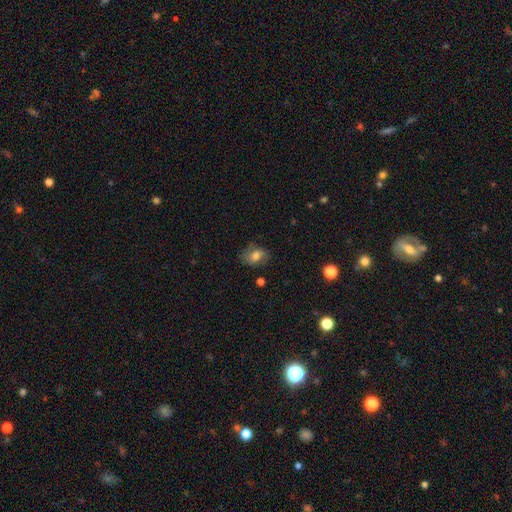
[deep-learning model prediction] Smooth or featured: smooth — 64% (featured or disk — 27%)
How rounded: in between — 75% (round — 23%)
Merging: none — 68% (minor disturbance — 22%)